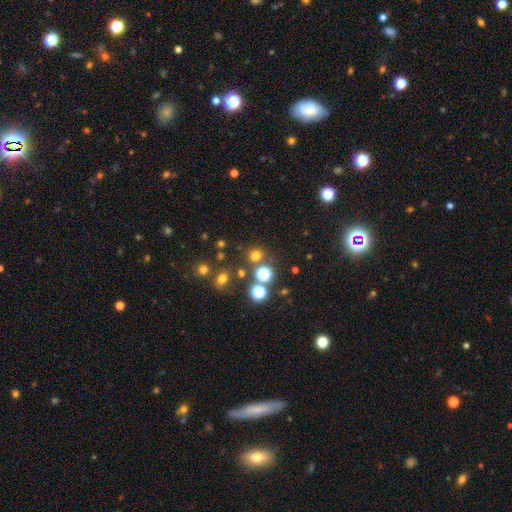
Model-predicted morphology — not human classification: Smooth or featured: smooth — 67% (star or artifact — 28%)
How rounded: round — 85% (in between — 14%)
Merging: none — 79% (merger — 9%)